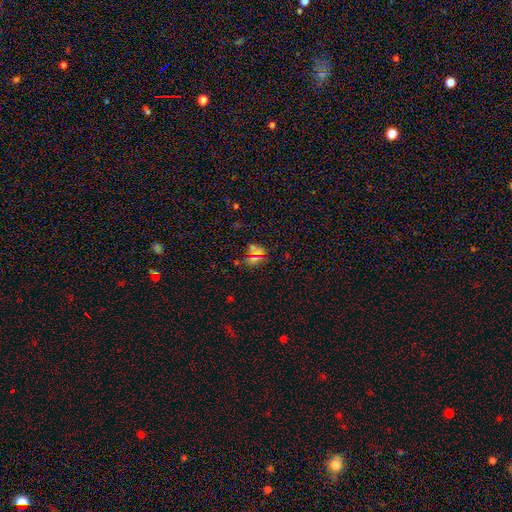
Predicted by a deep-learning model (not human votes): Smooth or featured? Predicted: smooth (p=0.48). Merging? Predicted: none (p=0.72).